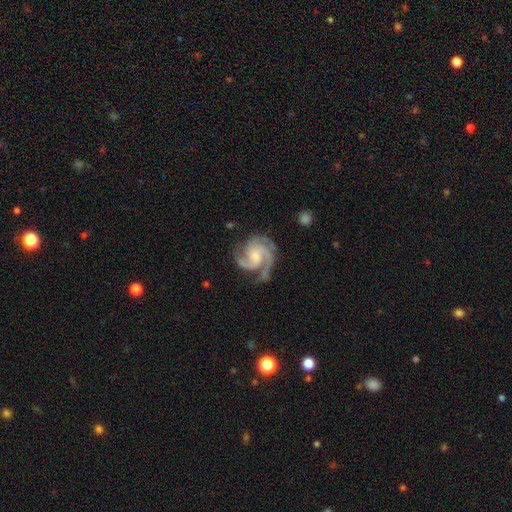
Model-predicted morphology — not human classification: This appears to be a featured or disk galaxy (92%) with no bar (60%), 3 (66%) medium (47%) spiral arms (99%) and a small central bulge (48%). Merging: none (71%).